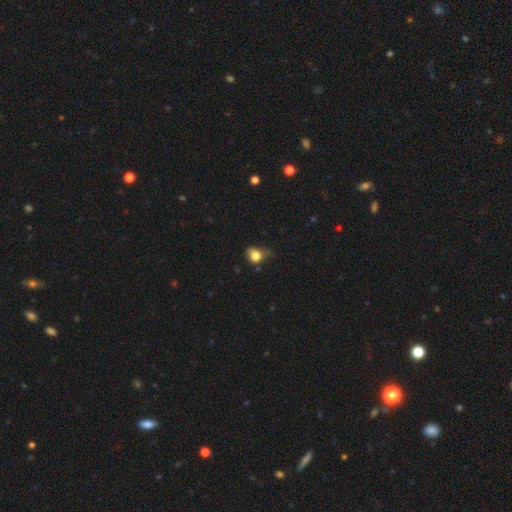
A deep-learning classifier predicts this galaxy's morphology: type=smooth (79%); roundness=round (65%); merging=none (46%).